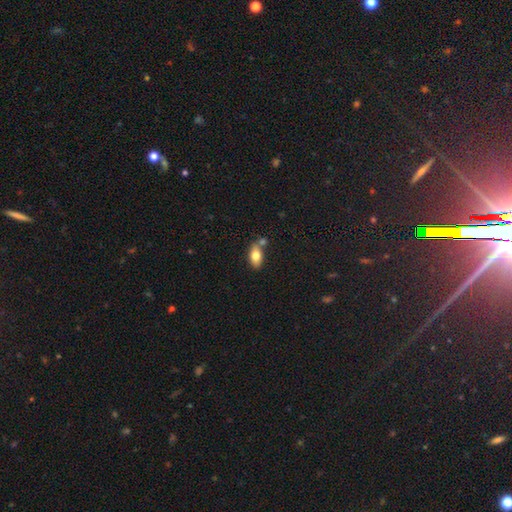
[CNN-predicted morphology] smooth 75%, featured or disk 17%, star or artifact 7%. Down the decision tree: how rounded — in between (89%); merging — none (60%).